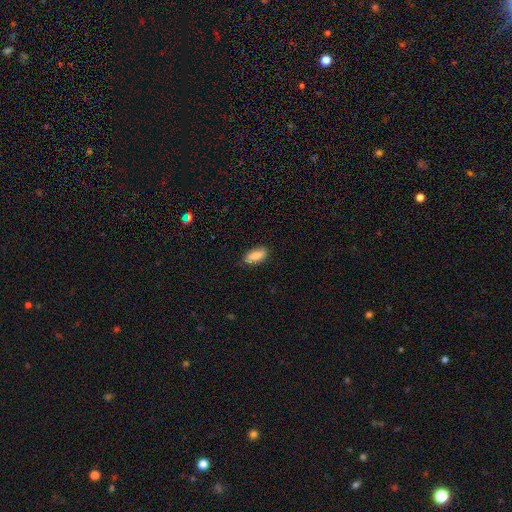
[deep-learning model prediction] smooth 81%, featured or disk 13%, star or artifact 7%. Down the decision tree: how rounded — in between (84%); merging — none (83%).